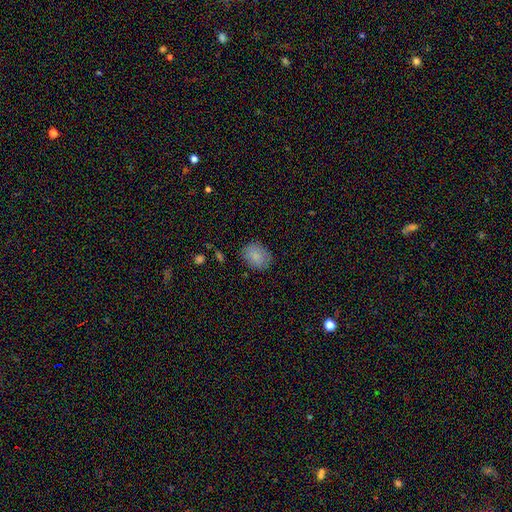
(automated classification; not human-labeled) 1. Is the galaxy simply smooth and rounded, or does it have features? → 85% smooth, 8% star or artifact, 7% featured or disk.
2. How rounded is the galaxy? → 66% in between, 33% round, 1% cigar-shaped.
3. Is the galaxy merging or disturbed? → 82% none, 13% minor disturbance, 3% major disturbance, 1% merger.